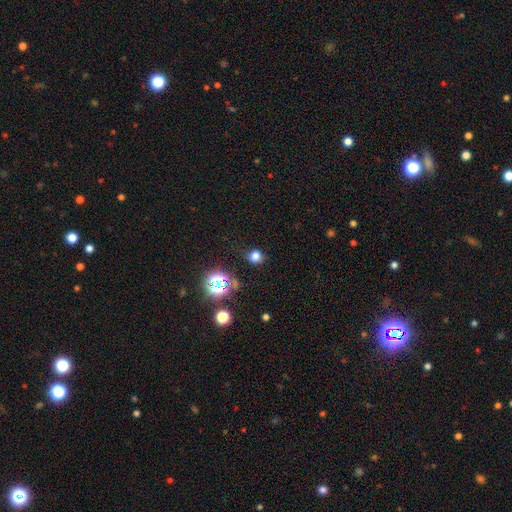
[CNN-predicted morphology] Q: Smooth or featured?
A: smooth (71%); runner-up: star or artifact (22%)
Q: How rounded?
A: round (77%); runner-up: in between (22%)
Q: Merging?
A: none (77%); runner-up: minor disturbance (15%)